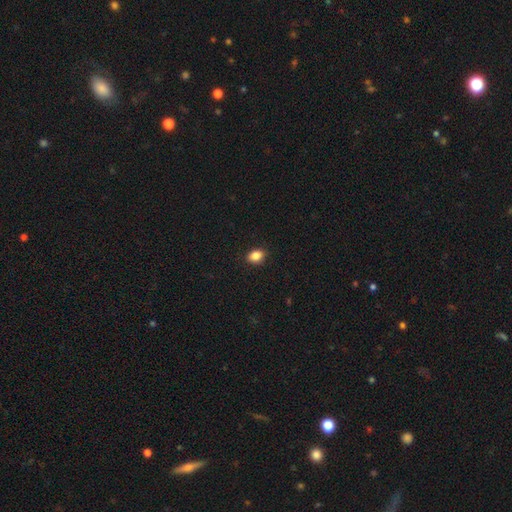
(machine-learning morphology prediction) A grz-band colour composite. It shows a smooth galaxy with no disk features (86%) that is in between round and cigar-shaped (68%). Merging: none (90%).